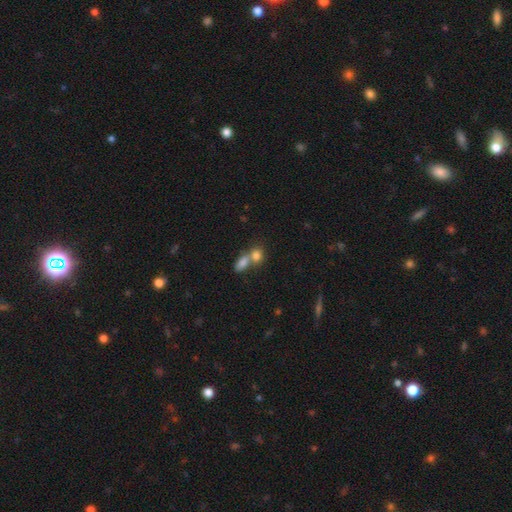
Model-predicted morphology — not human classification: This appears to be a smooth galaxy with no disk features (79%) that is in between round and cigar-shaped (51%). Merging: merger (61%).